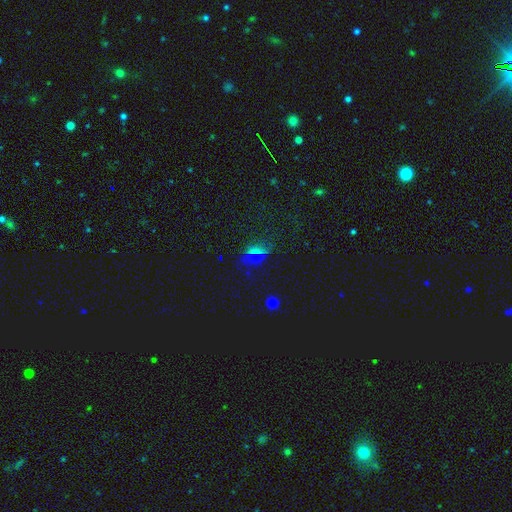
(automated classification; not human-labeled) Morphology: type=smooth (48%); merging=none (78%).